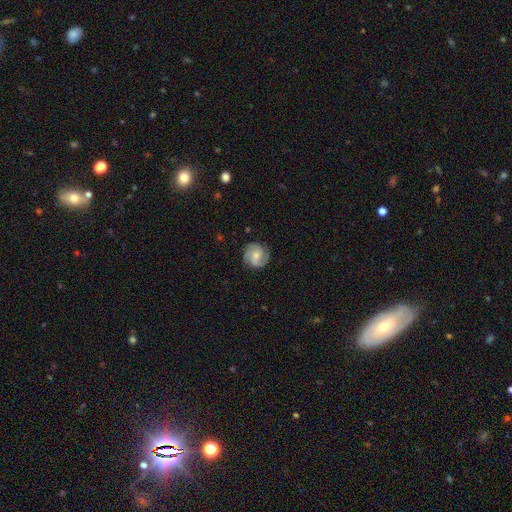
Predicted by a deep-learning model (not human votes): smooth-or-featured: featured or disk: 72% | smooth: 21% | star or artifact: 7%
  disk-edge-on: no: 98% | yes: 2%
    bar: no: 58% | weak: 34% | strong: 7%
    has-spiral-arms: yes: 95% | no: 5%
      spiral-winding: medium: 44% | tight: 41% | loose: 14%
      spiral-arm-count: 3: 40% | 2: 34% | can't tell: 13% | 4: 6% | 1: 4% | more than 4: 4%
    bulge-size: small: 54% | moderate: 40% | none: 3% | large: 2% | dominant: 1%
  merging: none: 81% | minor disturbance: 14% | major disturbance: 4% | merger: 1%